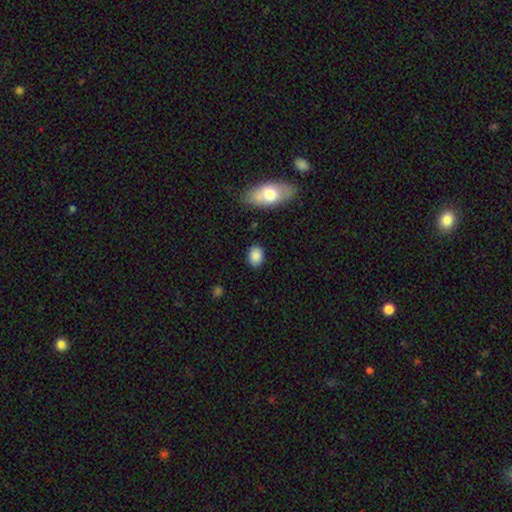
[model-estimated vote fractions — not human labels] Overall: smooth (87%). How rounded: in between (65%; round 33%). Merging: none (84%).